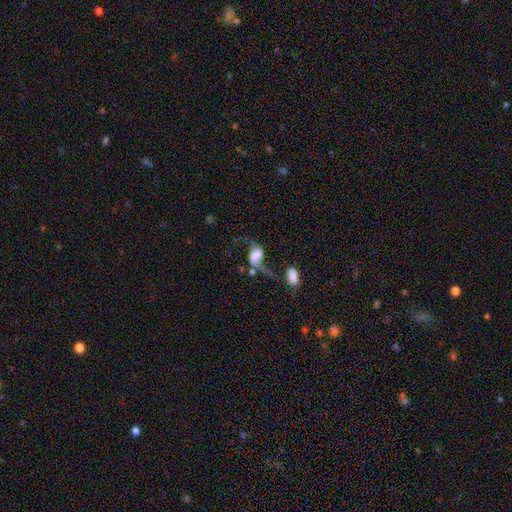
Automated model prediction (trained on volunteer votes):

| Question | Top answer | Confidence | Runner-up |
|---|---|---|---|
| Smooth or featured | featured or disk | 67% | smooth (24%) |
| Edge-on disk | no | 96% | yes (4%) |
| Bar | no | 39% | weak (38%) |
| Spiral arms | yes | 89% | no (11%) |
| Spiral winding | loose | 87% | medium (10%) |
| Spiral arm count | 2 | 86% | 1 (9%) |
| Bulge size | large | 32% | none (23%) |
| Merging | none | 36% | merger (28%) |